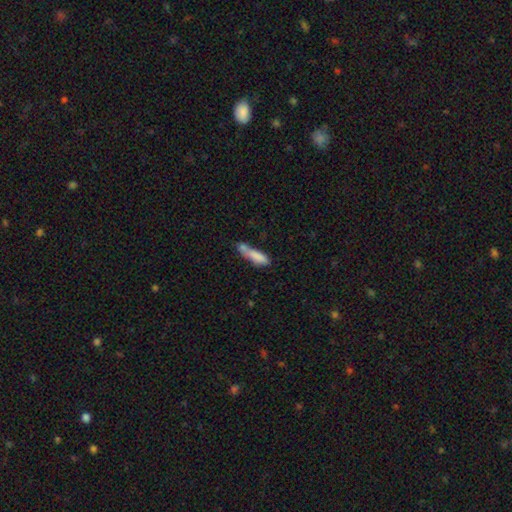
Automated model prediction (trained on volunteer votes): A smooth galaxy with no disk features (77%) that is cigar-shaped (69%). Merging: none (35%).